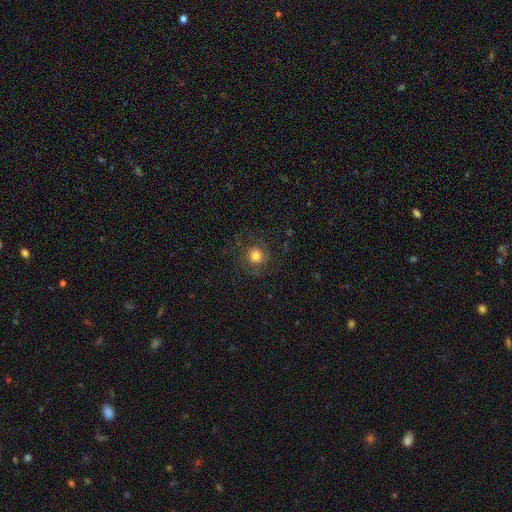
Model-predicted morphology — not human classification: This appears to be a featured or disk galaxy (45%). Merging: none (74%).